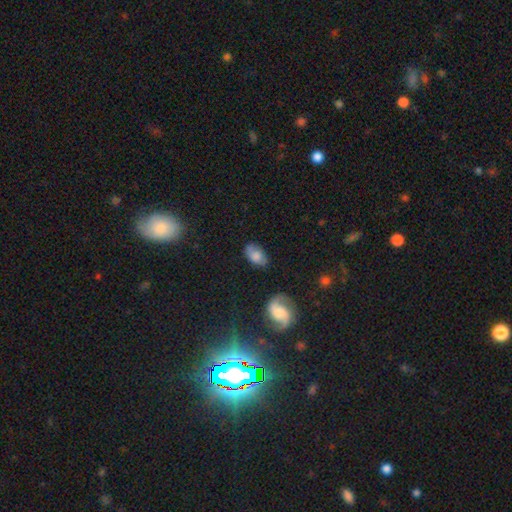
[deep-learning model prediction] Smooth or featured: smooth — 72% (featured or disk — 20%)
How rounded: in between — 92% (round — 6%)
Merging: none — 72% (minor disturbance — 21%)